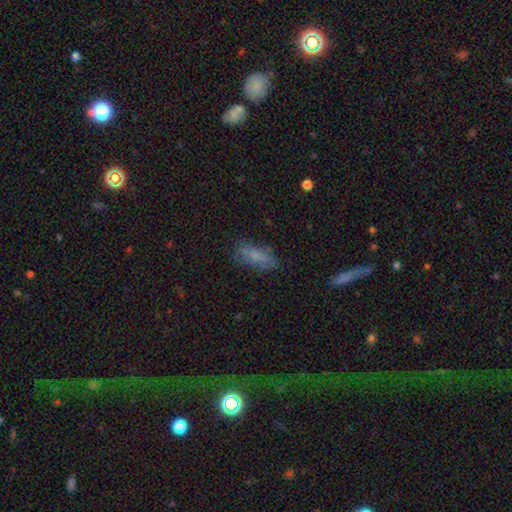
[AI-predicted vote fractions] smooth_or_featured: smooth (p=0.72) [alt: featured or disk p=0.19]
how_rounded: in between (p=0.68) [alt: cigar-shaped p=0.29]
merging: none (p=0.71) [alt: minor disturbance p=0.20]